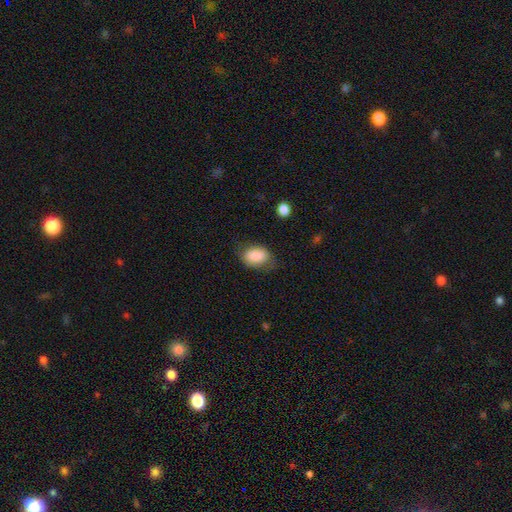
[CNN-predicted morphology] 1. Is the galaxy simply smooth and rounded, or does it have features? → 87% smooth, 7% star or artifact, 6% featured or disk.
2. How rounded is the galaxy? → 83% in between, 15% round, 1% cigar-shaped.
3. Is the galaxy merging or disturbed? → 64% none, 26% minor disturbance, 9% major disturbance, 2% merger.